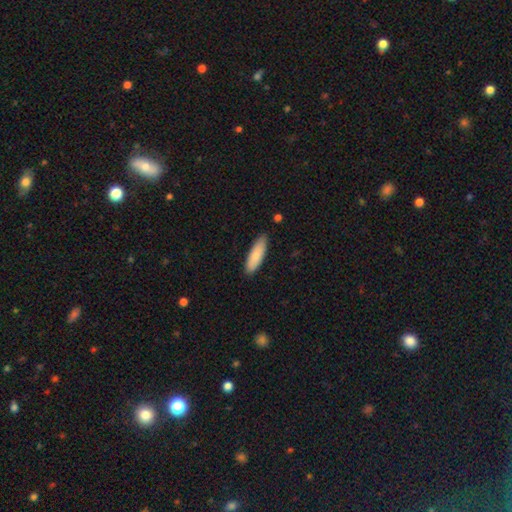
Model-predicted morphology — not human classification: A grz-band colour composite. It shows a smooth galaxy with no disk features (84%) that is in between round and cigar-shaped (50%). Merging: none (85%).